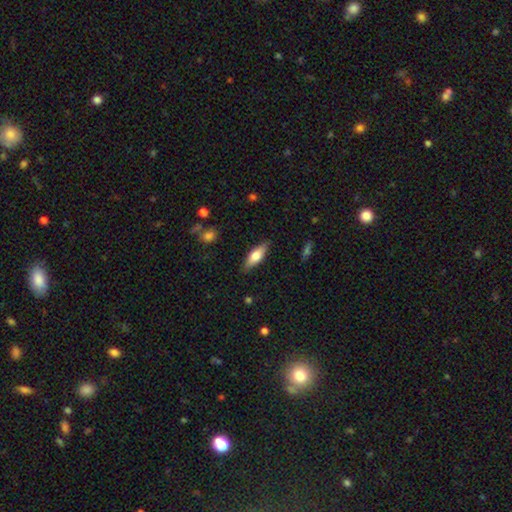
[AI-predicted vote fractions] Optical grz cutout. It shows a smooth galaxy with no disk features (59%) that is in between round and cigar-shaped (55%). Merging: none (86%).